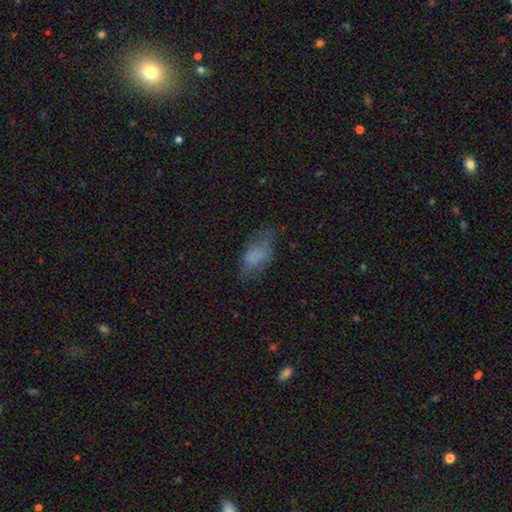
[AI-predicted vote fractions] Morphology: type=smooth (67%); roundness=in between (88%); merging=none (49%).